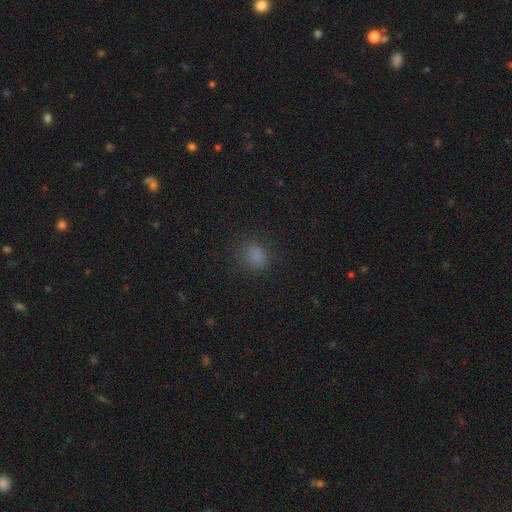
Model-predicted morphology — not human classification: A smooth galaxy with no disk features (80%) that is round (65%).

Vote fractions:
- Smooth or featured? smooth: 80% / star or artifact: 16% / featured or disk: 5%
- How rounded? round: 65% / in between: 34% / cigar-shaped: 1%
- Merging? none: 81% / minor disturbance: 13% / major disturbance: 5% / merger: 1%